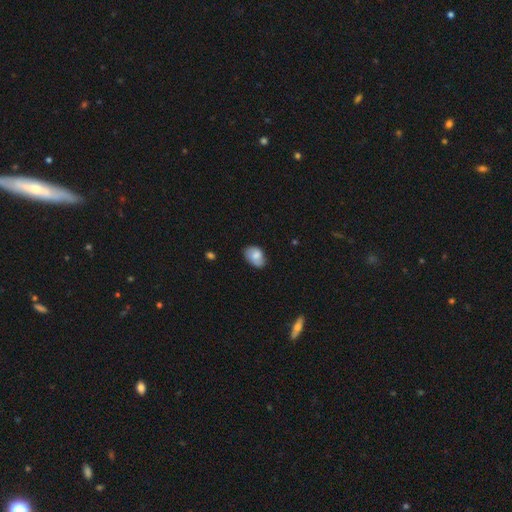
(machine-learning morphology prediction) Smooth or featured: smooth — 76% (featured or disk — 16%)
How rounded: in between — 83% (round — 15%)
Merging: none — 66% (minor disturbance — 27%)